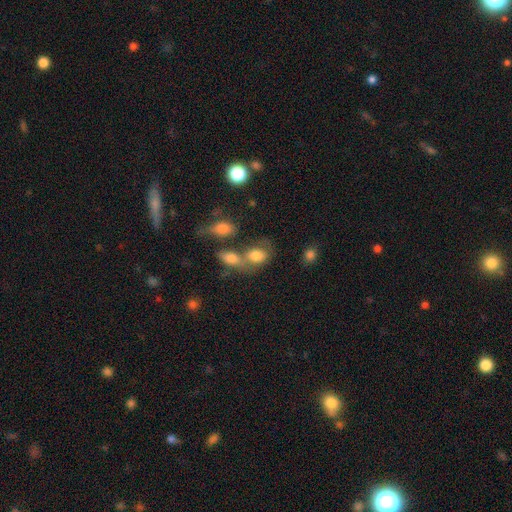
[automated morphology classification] This appears to be a smooth galaxy with no disk features (76%) that is in between round and cigar-shaped (71%). Merging: merger (45%).